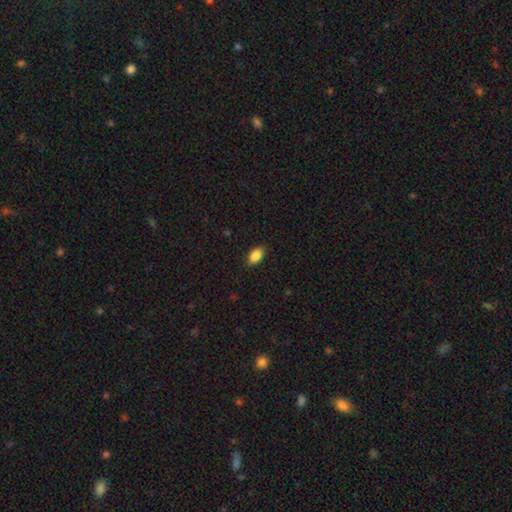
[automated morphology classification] Smooth or featured? smooth (87%)
How rounded? in between (91%)
Merging? none (86%)